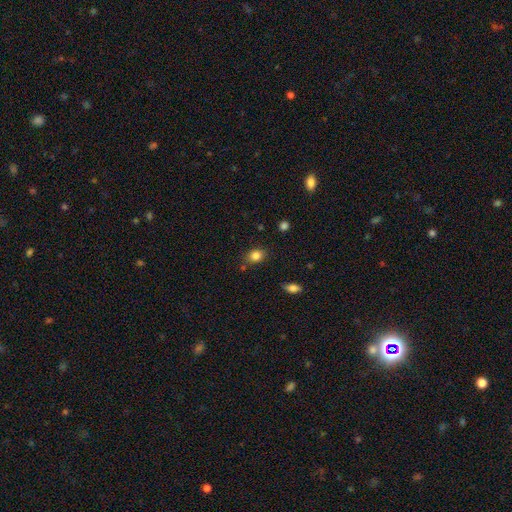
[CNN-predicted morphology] Smooth or featured? Predicted: smooth (p=0.84). How rounded? Predicted: in between (p=0.59). Merging? Predicted: none (p=0.80).